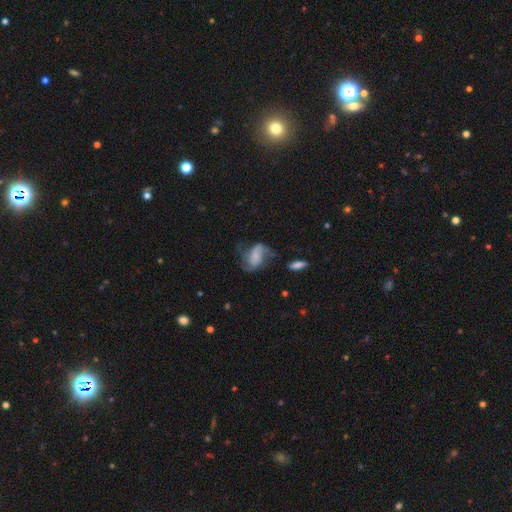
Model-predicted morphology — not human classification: A featured or disk galaxy (66%) with no bar (53%), 2 (75%) loose (53%) spiral arms (88%) and no central bulge (50%).

Vote fractions:
- Smooth or featured? featured or disk: 66% / smooth: 25% / star or artifact: 8%
- Edge-on disk? no: 97% / yes: 3%
- Bar? no: 53% / weak: 33% / strong: 13%
- Spiral arms? yes: 88% / no: 12%
- Spiral winding? loose: 53% / medium: 35% / tight: 11%
- Spiral arm count? 2: 75% / can't tell: 9% / 3: 8% / 1: 5% / 4: 2% / more than 4: 2%
- Bulge size? none: 50% / small: 21% / moderate: 12% / large: 12% / dominant: 5%
- Merging? none: 44% / major disturbance: 29% / minor disturbance: 22% / merger: 5%